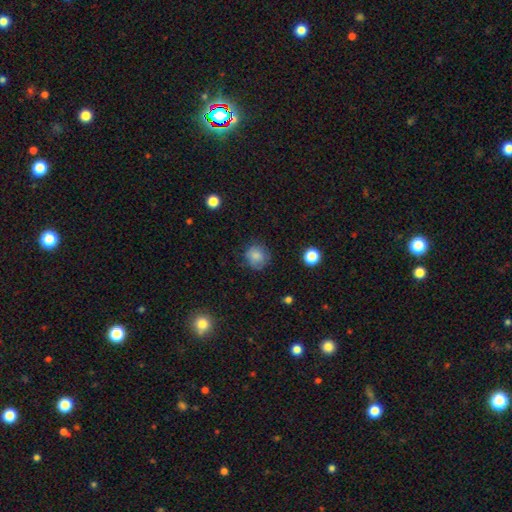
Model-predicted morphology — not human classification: smooth 82%, star or artifact 10%, featured or disk 8%. Down the decision tree: how rounded — round (86%); merging — none (76%).